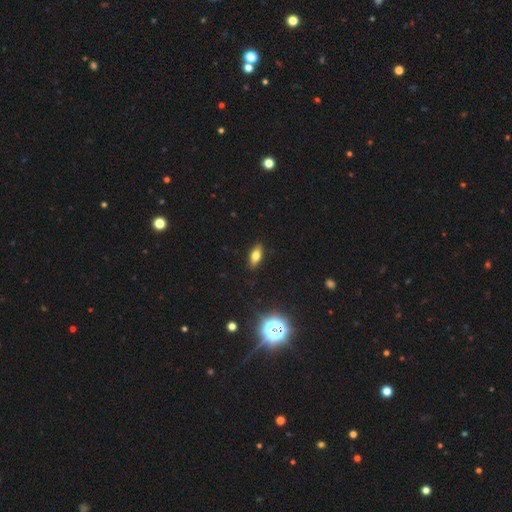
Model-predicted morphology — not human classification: The model was most divided on "smooth or featured": smooth: 71%, featured or disk: 17%, star or artifact: 12%. More confident: merging — none (88%); how rounded — in between (80%).